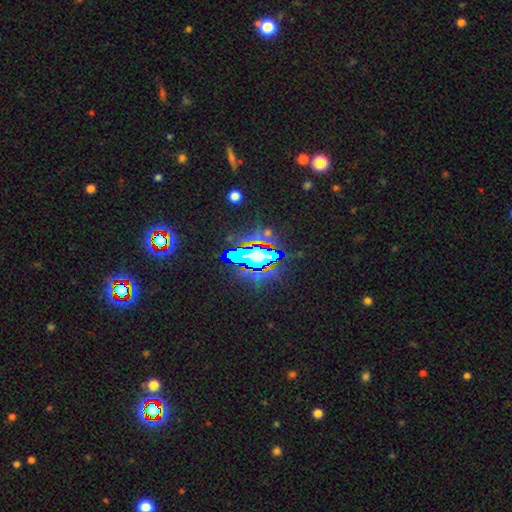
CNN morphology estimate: smooth_or_featured: star or artifact (p=0.58) [alt: smooth p=0.24]